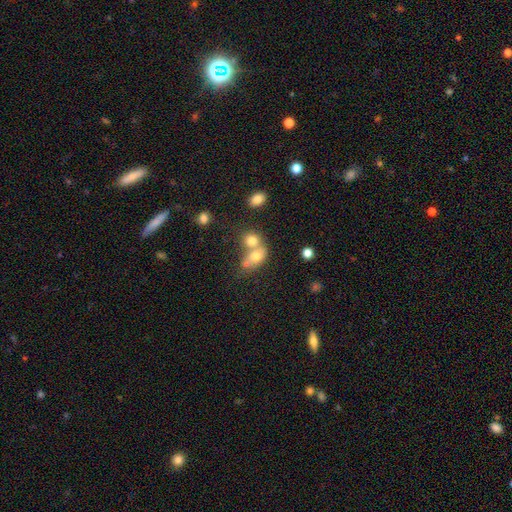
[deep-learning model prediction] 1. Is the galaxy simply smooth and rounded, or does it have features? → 69% smooth, 19% featured or disk, 12% star or artifact.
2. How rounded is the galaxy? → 56% in between, 42% round, 2% cigar-shaped.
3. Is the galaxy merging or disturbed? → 64% merger, 24% none, 8% minor disturbance, 5% major disturbance.